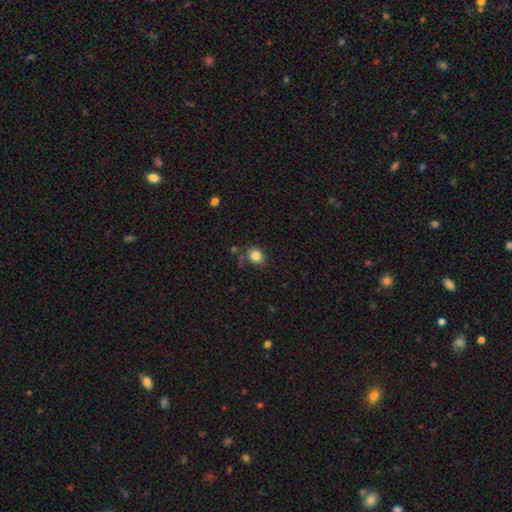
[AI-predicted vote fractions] Morphology: type=smooth (83%); roundness=round (68%); merging=none (72%).